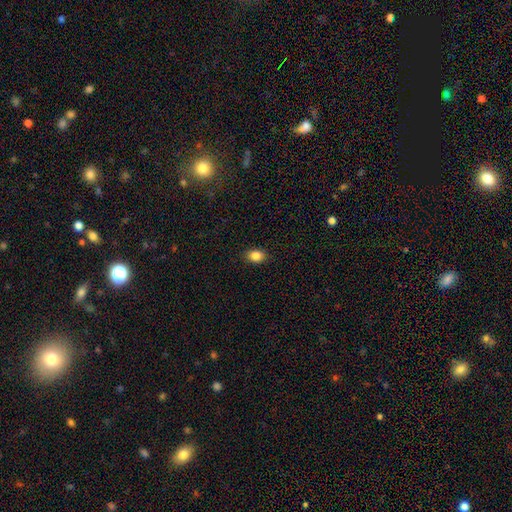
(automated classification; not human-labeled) A smooth galaxy with no disk features (86%) that is in between round and cigar-shaped (70%).

Vote fractions:
- Smooth or featured? smooth: 86% / star or artifact: 10% / featured or disk: 5%
- How rounded? in between: 70% / round: 28% / cigar-shaped: 1%
- Merging? none: 88% / minor disturbance: 9% / major disturbance: 2% / merger: 1%